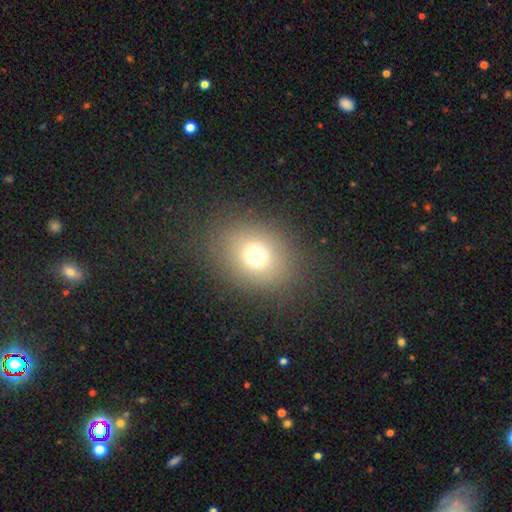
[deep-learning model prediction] smooth-or-featured: smooth: 70% | star or artifact: 19% | featured or disk: 11%
  how-rounded: round: 61% | in between: 38% | cigar-shaped: 1%
  merging: none: 83% | minor disturbance: 9% | major disturbance: 7% | merger: 1%